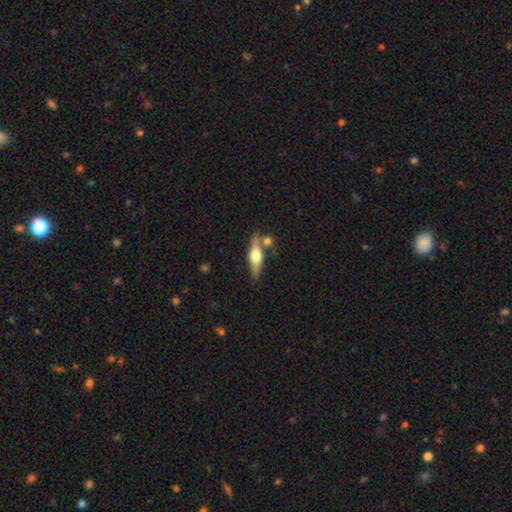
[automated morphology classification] featured or disk 60%, smooth 34%, star or artifact 6%. Down the decision tree: edge-on disk — yes (94%); edge-on bulge — rounded (94%); merging — none (74%).